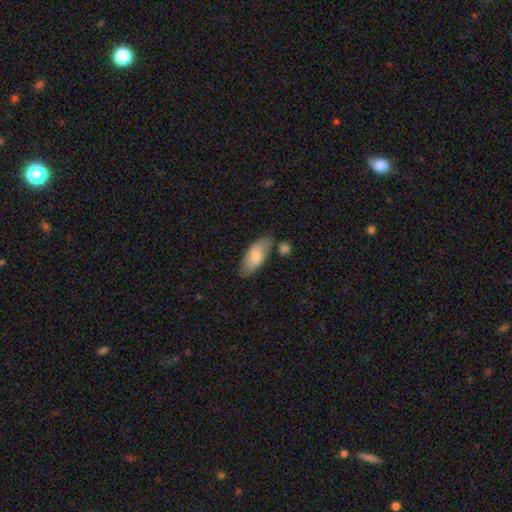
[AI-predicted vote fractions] smooth-or-featured: smooth: 74% | featured or disk: 21% | star or artifact: 6%
  how-rounded: in between: 84% | cigar-shaped: 13% | round: 2%
  merging: none: 68% | minor disturbance: 19% | merger: 8% | major disturbance: 4%